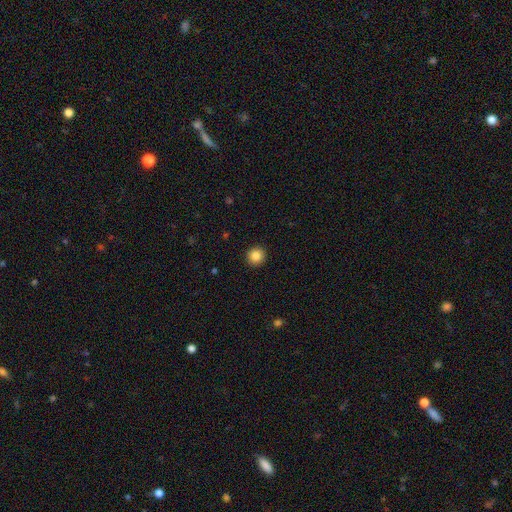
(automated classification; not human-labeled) Smooth or featured? smooth (86%)
How rounded? round (93%)
Merging? none (92%)